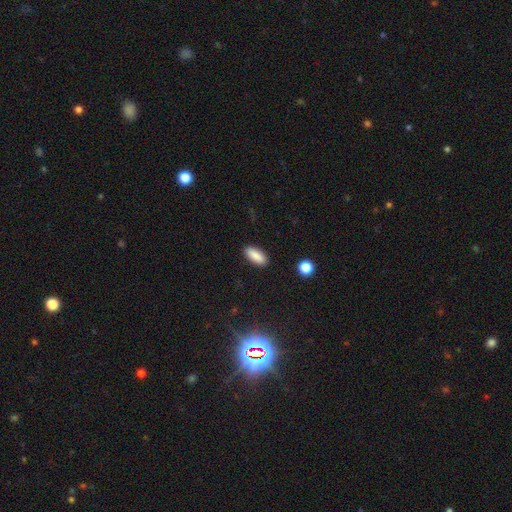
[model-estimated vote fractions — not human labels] Smooth or featured: smooth — 88% (star or artifact — 7%)
How rounded: in between — 78% (cigar-shaped — 20%)
Merging: none — 89% (minor disturbance — 8%)